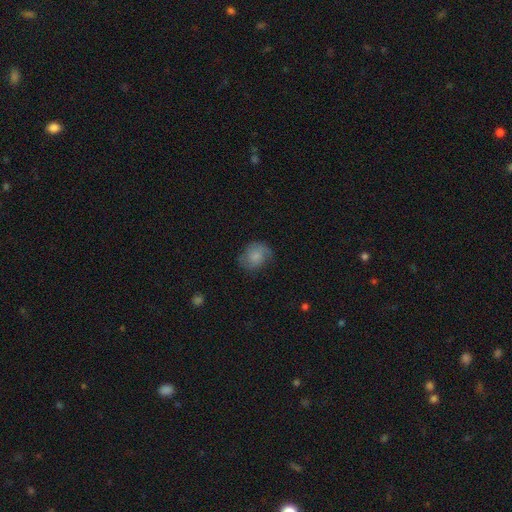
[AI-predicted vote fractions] smooth-or-featured: smooth: 61% | featured or disk: 31% | star or artifact: 8%
  how-rounded: round: 57% | in between: 42% | cigar-shaped: 1%
  merging: none: 64% | minor disturbance: 25% | major disturbance: 10% | merger: 1%